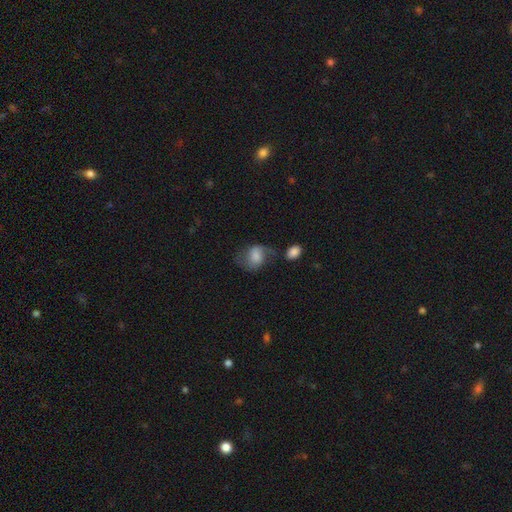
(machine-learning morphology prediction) Q: Smooth or featured?
A: smooth (50%); runner-up: featured or disk (41%)
Q: How rounded?
A: in between (58%); runner-up: round (40%)
Q: Merging?
A: none (45%); runner-up: minor disturbance (25%)